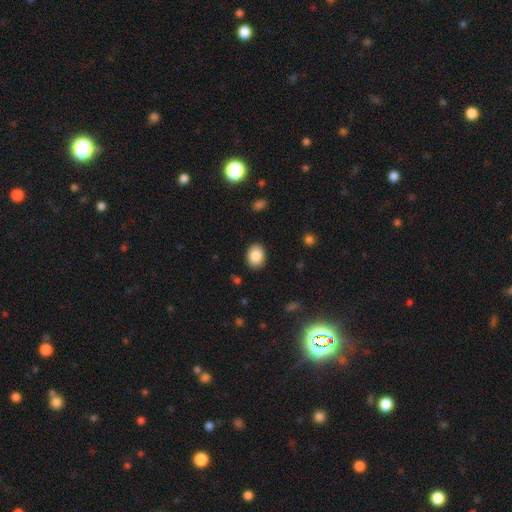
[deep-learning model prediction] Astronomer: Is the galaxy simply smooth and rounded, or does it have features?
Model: smooth — 86%.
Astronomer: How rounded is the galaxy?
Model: in between — 68%.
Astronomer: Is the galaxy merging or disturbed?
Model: none — 89%.